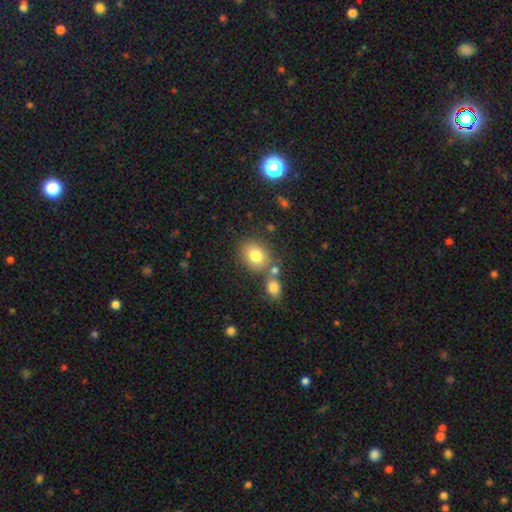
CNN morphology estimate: This is likely a smooth galaxy (79%). How rounded: possibly round (54%). Merging: likely none (66%).